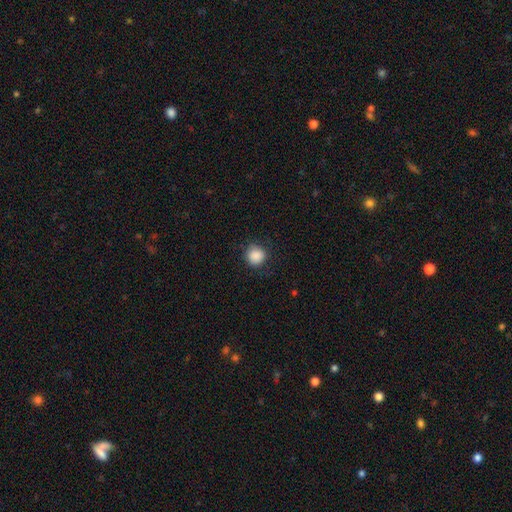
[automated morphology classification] Smooth or featured?
  - smooth: 88% *
  - star or artifact: 9%
  - featured or disk: 3%
How rounded?
  - round: 90% *
  - in between: 9%
  - cigar-shaped: 1%
Merging?
  - none: 83% *
  - minor disturbance: 12%
  - major disturbance: 4%
  - merger: 1%